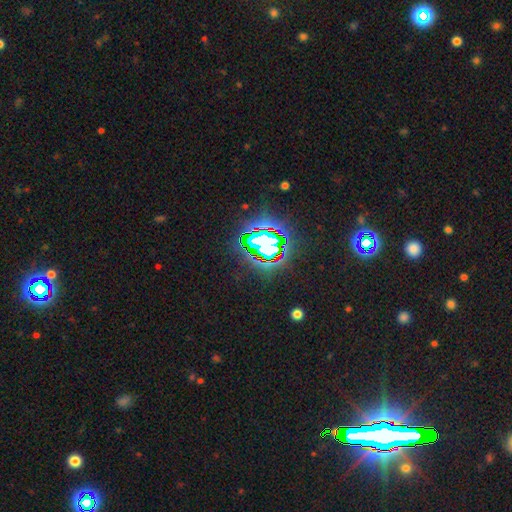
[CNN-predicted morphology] This is likely a star or artifact rather than a galaxy (78%).